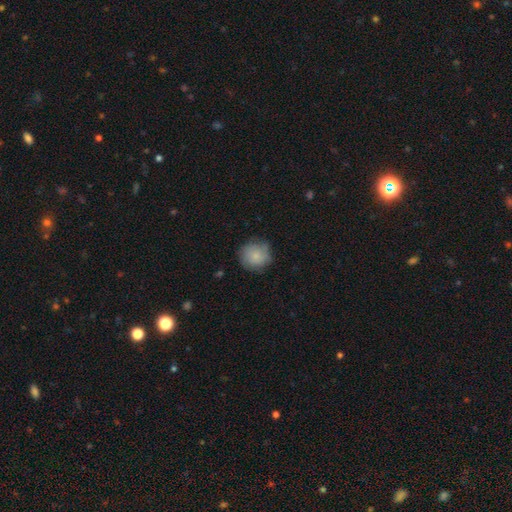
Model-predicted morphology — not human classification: Smooth or featured? smooth (79%)
How rounded? round (90%)
Merging? none (76%)